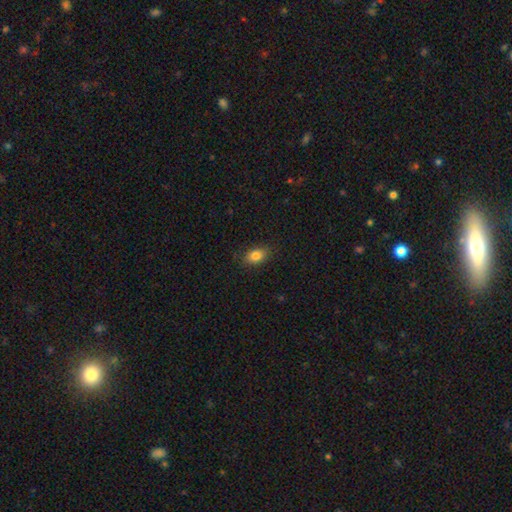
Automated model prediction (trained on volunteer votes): Q: Smooth or featured?
A: smooth (84%); runner-up: star or artifact (9%)
Q: How rounded?
A: in between (82%); runner-up: round (17%)
Q: Merging?
A: none (85%); runner-up: minor disturbance (12%)